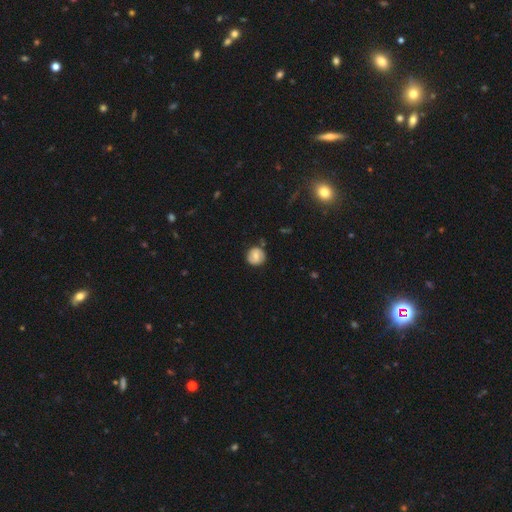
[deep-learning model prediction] Smooth or featured? smooth (59%)
How rounded? round (88%)
Merging? none (78%)